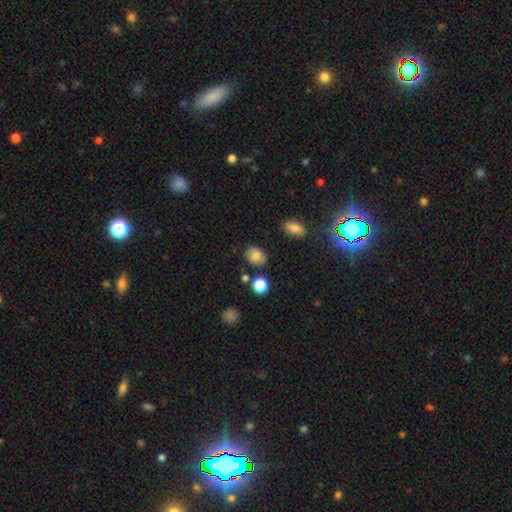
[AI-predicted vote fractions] This is likely a smooth galaxy (74%). How rounded: possibly in between (58%). Merging: likely none (74%).